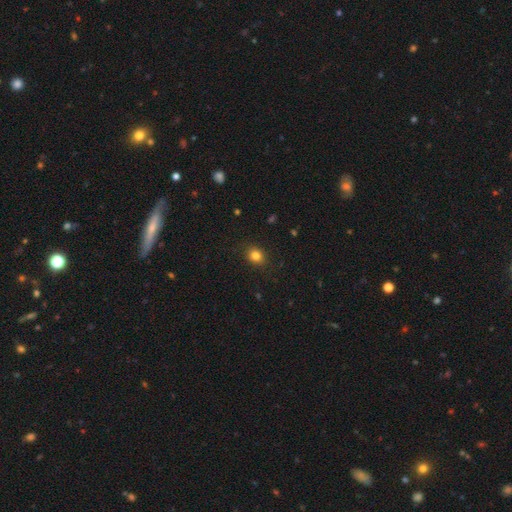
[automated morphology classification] smooth 83%, star or artifact 12%, featured or disk 5%. Down the decision tree: how rounded — round (62%); merging — none (88%).